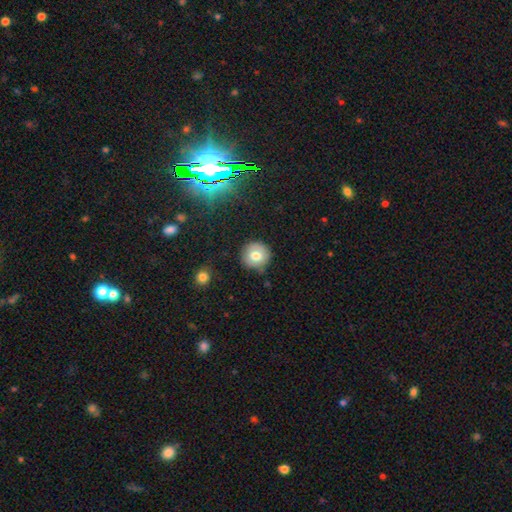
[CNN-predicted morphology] Smooth or featured? smooth (76%)
How rounded? round (94%)
Merging? none (82%)